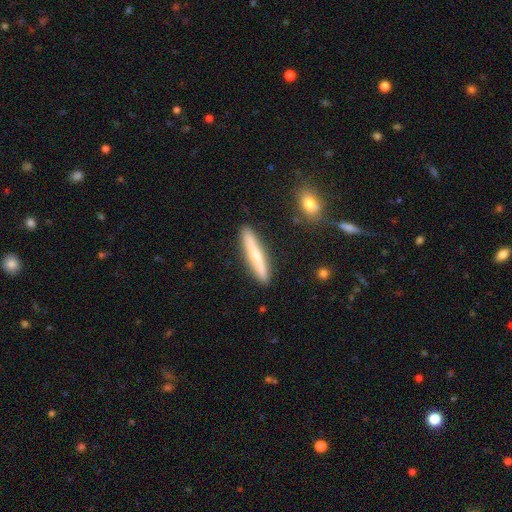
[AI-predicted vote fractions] Q: Smooth or featured?
A: smooth (56%); runner-up: featured or disk (38%)
Q: How rounded?
A: cigar-shaped (92%); runner-up: in between (6%)
Q: Merging?
A: none (89%); runner-up: minor disturbance (8%)